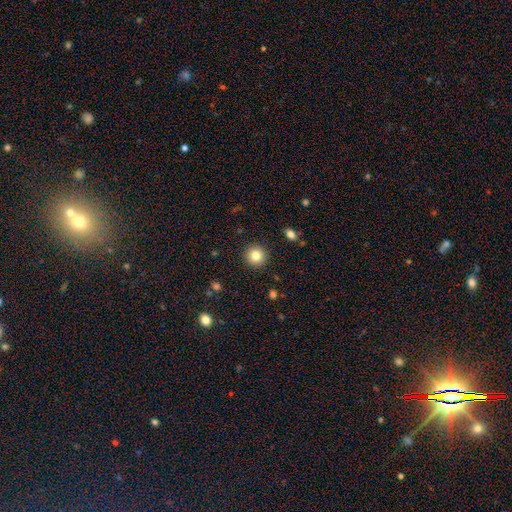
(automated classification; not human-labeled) Overall: smooth (82%). How rounded: round (95%). Merging: none (92%).